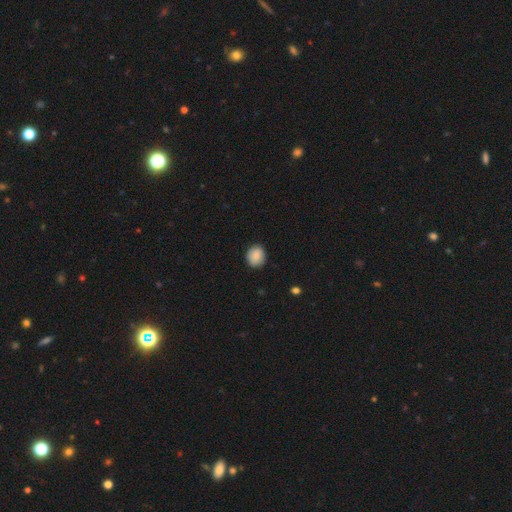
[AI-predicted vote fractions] smooth 86%, star or artifact 7%, featured or disk 6%. Down the decision tree: how rounded — round (72%); merging — none (86%).